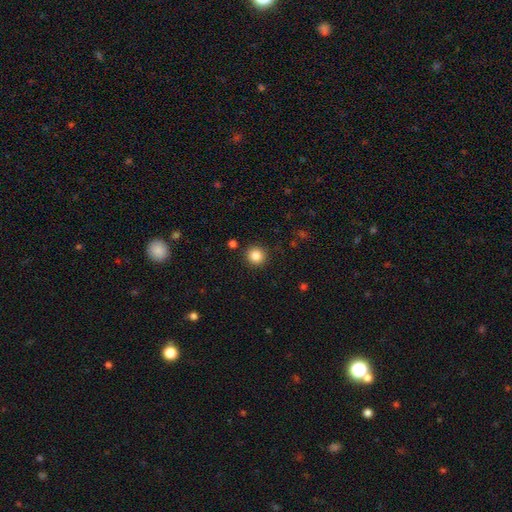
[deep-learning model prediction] Q: Smooth or featured?
A: smooth (85%); runner-up: star or artifact (11%)
Q: How rounded?
A: round (94%); runner-up: in between (5%)
Q: Merging?
A: none (90%); runner-up: minor disturbance (6%)